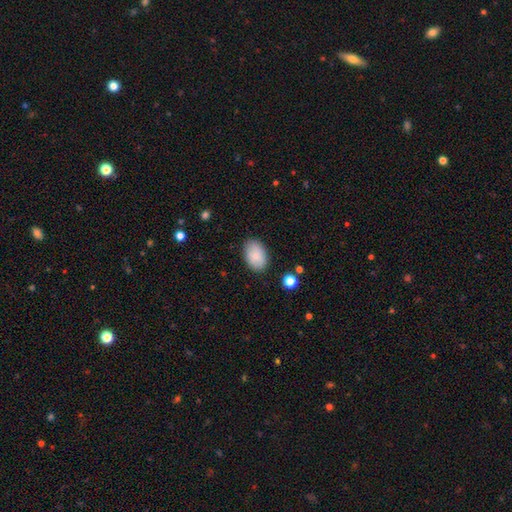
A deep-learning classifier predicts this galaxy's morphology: Overall: smooth (85%). How rounded: in between (89%). Merging: none (85%).